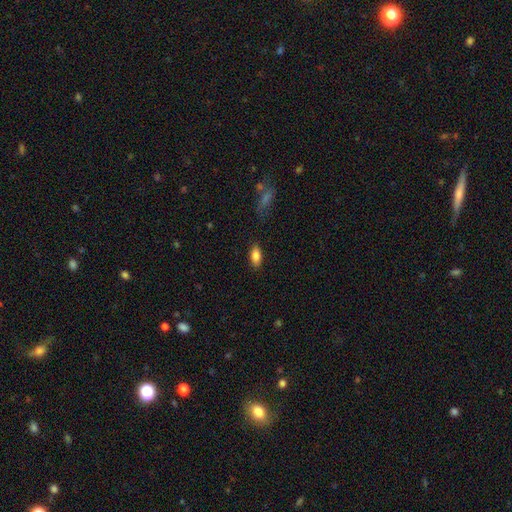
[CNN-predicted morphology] This is clearly a smooth galaxy (84%). How rounded: clearly in between (87%). Merging: clearly none (86%).